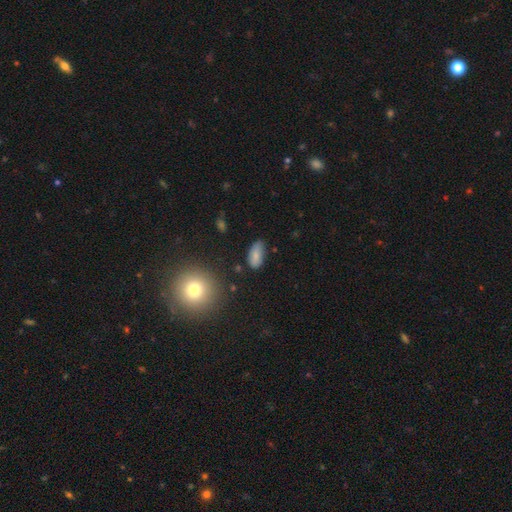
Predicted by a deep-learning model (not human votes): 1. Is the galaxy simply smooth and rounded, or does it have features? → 77% smooth, 13% featured or disk, 10% star or artifact.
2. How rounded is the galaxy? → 91% in between, 5% cigar-shaped, 4% round.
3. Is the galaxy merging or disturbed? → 73% none, 20% minor disturbance, 5% major disturbance, 2% merger.